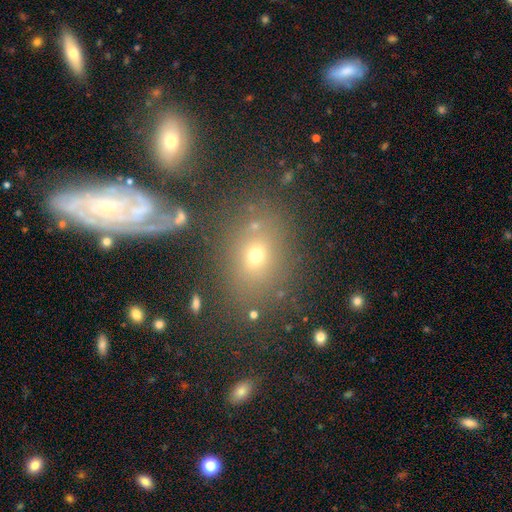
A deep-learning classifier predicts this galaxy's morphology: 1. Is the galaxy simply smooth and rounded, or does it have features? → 54% smooth, 26% featured or disk, 19% star or artifact.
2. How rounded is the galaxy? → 54% in between, 44% round, 2% cigar-shaped.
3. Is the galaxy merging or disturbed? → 70% none, 14% minor disturbance, 9% merger, 7% major disturbance.